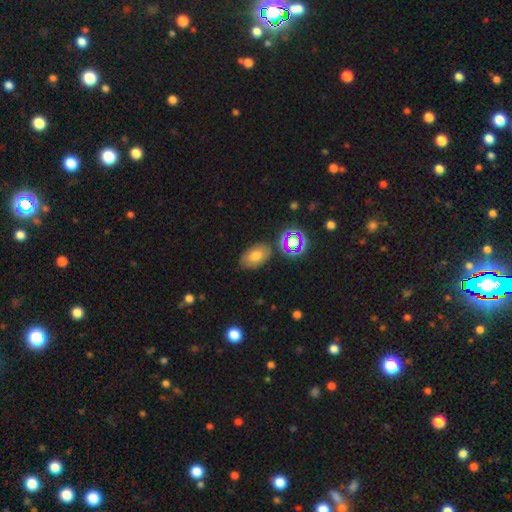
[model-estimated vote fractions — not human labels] Morphology: type=smooth (66%); roundness=in between (86%); merging=none (77%).